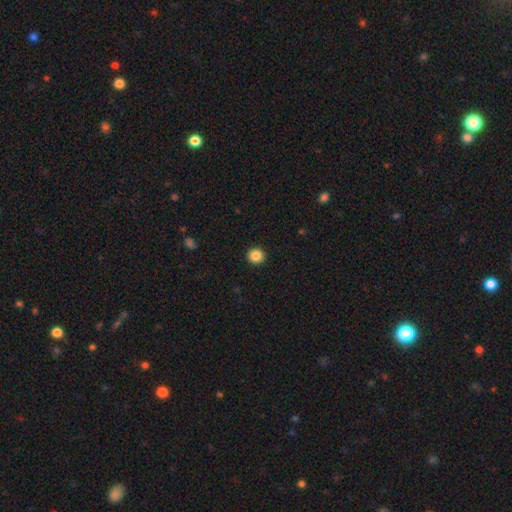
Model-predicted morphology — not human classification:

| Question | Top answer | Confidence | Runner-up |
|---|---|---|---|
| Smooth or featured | smooth | 86% | star or artifact (10%) |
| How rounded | round | 93% | in between (6%) |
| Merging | none | 94% | minor disturbance (4%) |